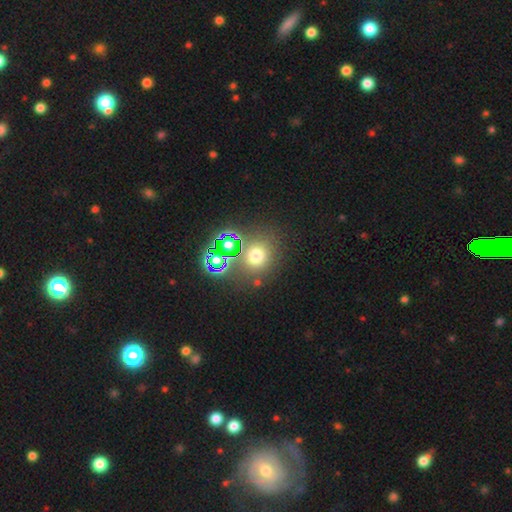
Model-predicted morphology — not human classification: smooth_or_featured: smooth (p=0.59) [alt: star or artifact p=0.32]
how_rounded: round (p=0.79) [alt: in between p=0.20]
merging: none (p=0.75) [alt: merger p=0.12]